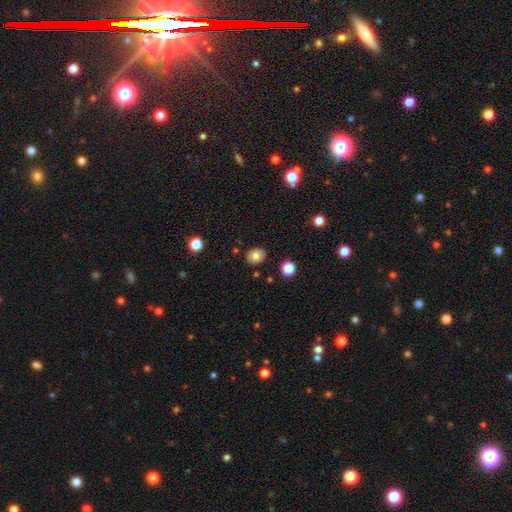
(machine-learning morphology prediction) Smooth or featured? smooth (78%)
How rounded? round (54%)
Merging? none (87%)